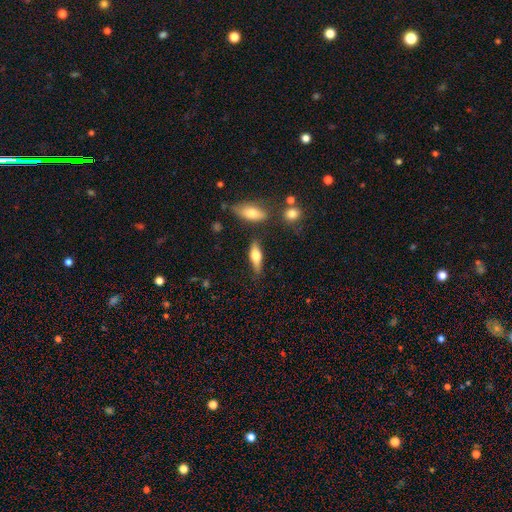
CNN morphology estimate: smooth-or-featured: smooth: 57% | featured or disk: 37% | star or artifact: 7%
  how-rounded: in between: 55% | cigar-shaped: 42% | round: 3%
  merging: none: 73% | minor disturbance: 16% | merger: 6% | major disturbance: 5%